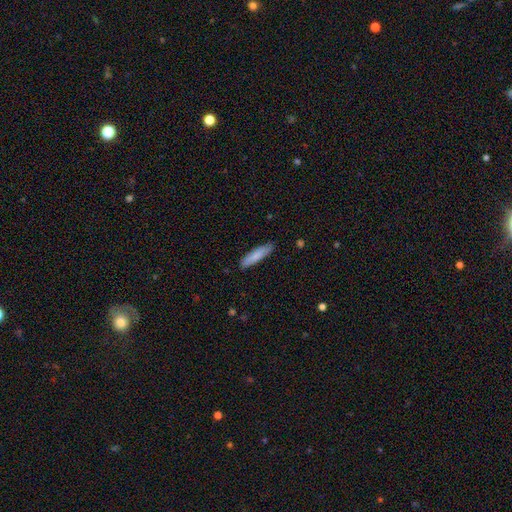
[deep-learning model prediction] The model was most divided on "how rounded": cigar-shaped: 81%, in between: 18%, round: 1%. More confident: merging — none (86%); smooth or featured — smooth (82%).